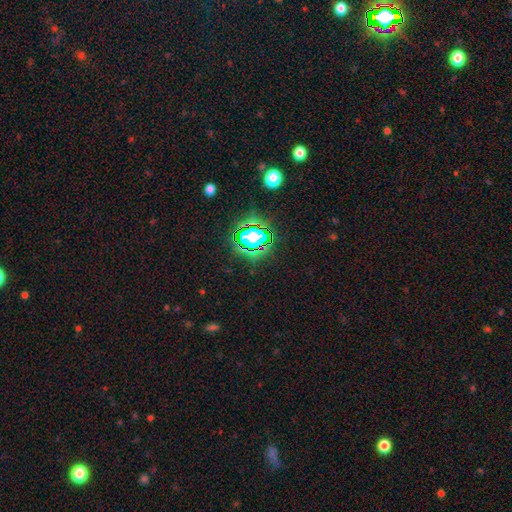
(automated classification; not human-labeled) star or artifact 78%, smooth 14%, featured or disk 8%.